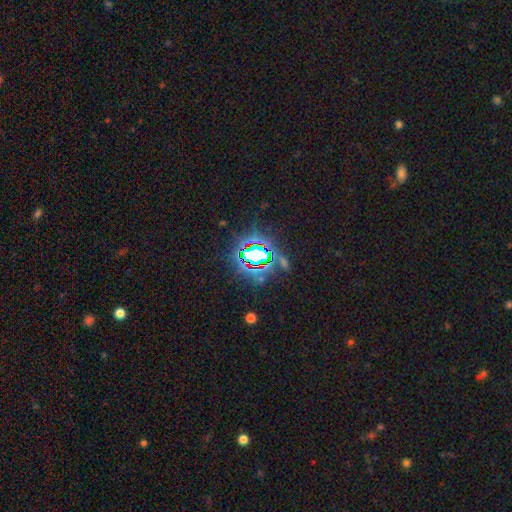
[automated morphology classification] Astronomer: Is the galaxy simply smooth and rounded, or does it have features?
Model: star or artifact — 75%.